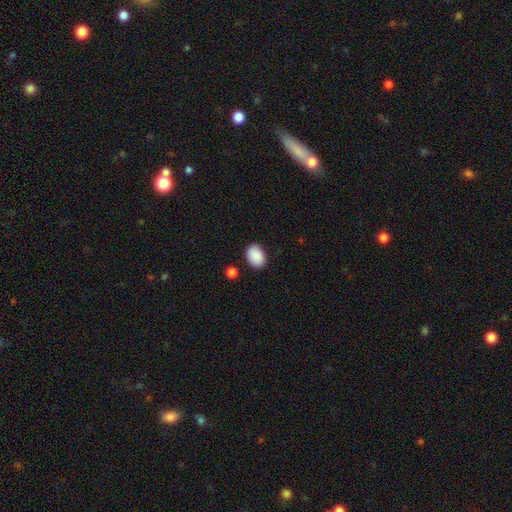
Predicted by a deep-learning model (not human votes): The model was most divided on "how rounded": in between: 83%, round: 16%, cigar-shaped: 1%. More confident: smooth or featured — smooth (90%); merging — none (85%).